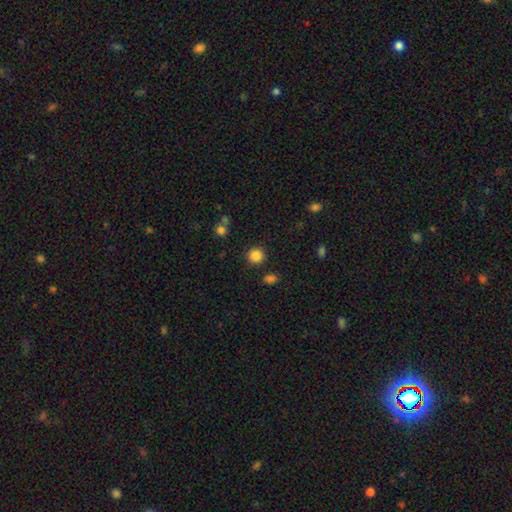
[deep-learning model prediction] A smooth galaxy with no disk features (85%) that is round (93%). Merging: none (88%).